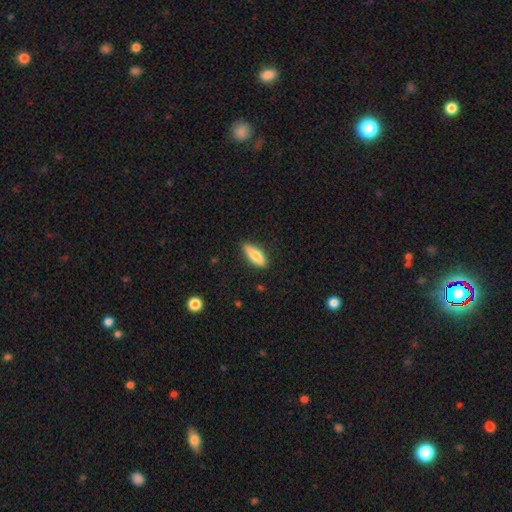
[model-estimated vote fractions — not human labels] The model was most divided on "how rounded": in between: 58%, cigar-shaped: 40%, round: 2%. More confident: merging — none (83%); smooth or featured — smooth (71%).